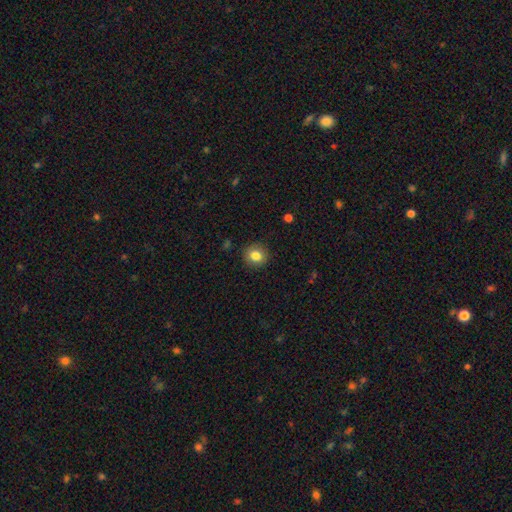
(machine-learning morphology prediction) smooth 83%, star or artifact 10%, featured or disk 7%. Down the decision tree: how rounded — round (85%); merging — none (90%).